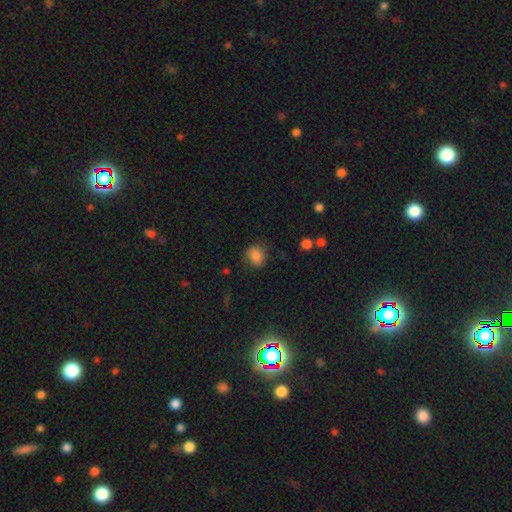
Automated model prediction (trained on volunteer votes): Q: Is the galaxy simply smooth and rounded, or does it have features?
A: smooth — 83%.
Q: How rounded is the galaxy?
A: round — 59%.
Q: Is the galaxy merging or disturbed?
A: none — 74%.